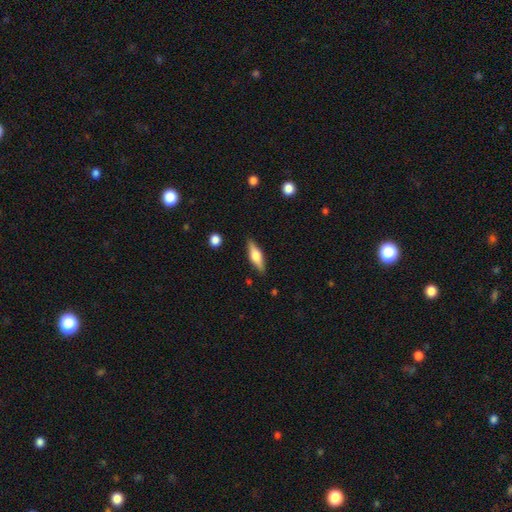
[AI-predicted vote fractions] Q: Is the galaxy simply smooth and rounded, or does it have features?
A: smooth — 47%, tied with featured or disk.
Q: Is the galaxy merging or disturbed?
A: none — 87%.